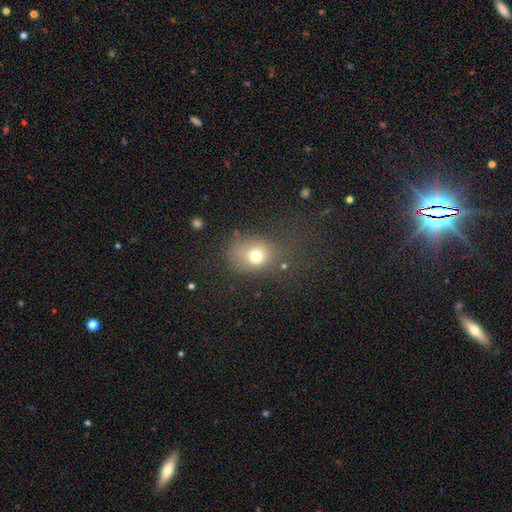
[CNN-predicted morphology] This appears to be a smooth galaxy with no disk features (73%) that is round (52%). Merging: none (51%).